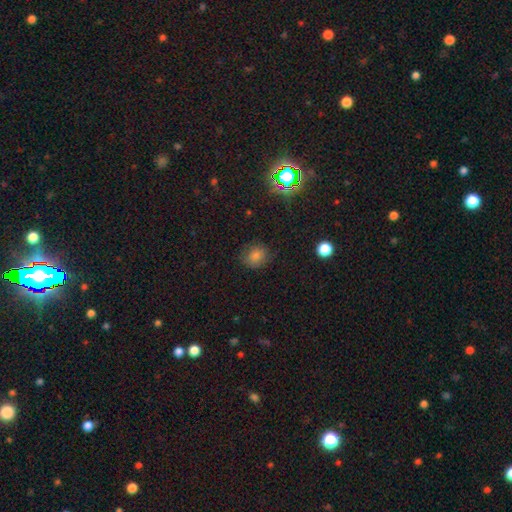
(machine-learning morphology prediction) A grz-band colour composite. It shows a smooth galaxy with no disk features (69%) that is round (71%). Merging: none (79%).